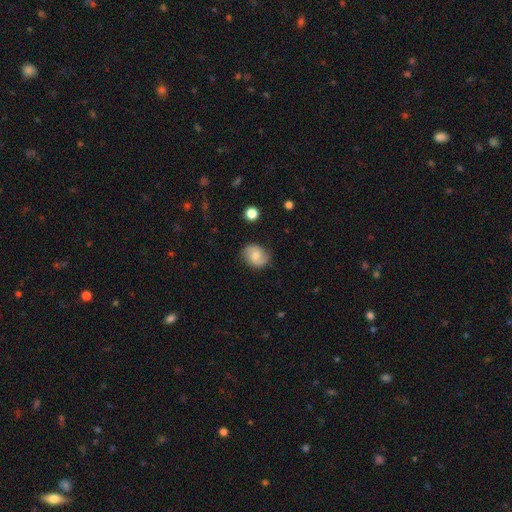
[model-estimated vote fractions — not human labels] Overall: featured or disk (47%; smooth 45%). Merging: none (82%).